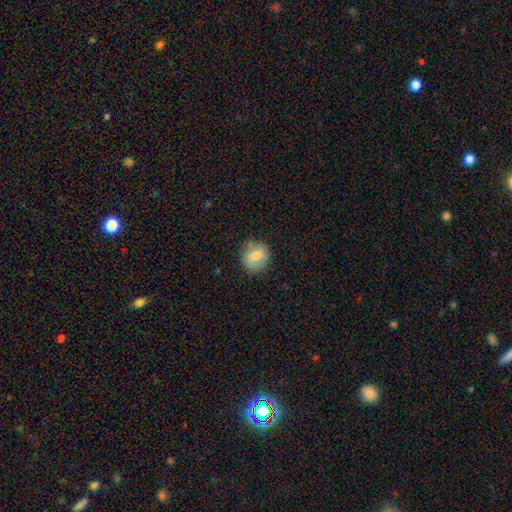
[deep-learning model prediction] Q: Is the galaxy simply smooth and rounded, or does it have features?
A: smooth — 72%.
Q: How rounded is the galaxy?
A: round — 81%.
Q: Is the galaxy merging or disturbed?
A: none — 78%.